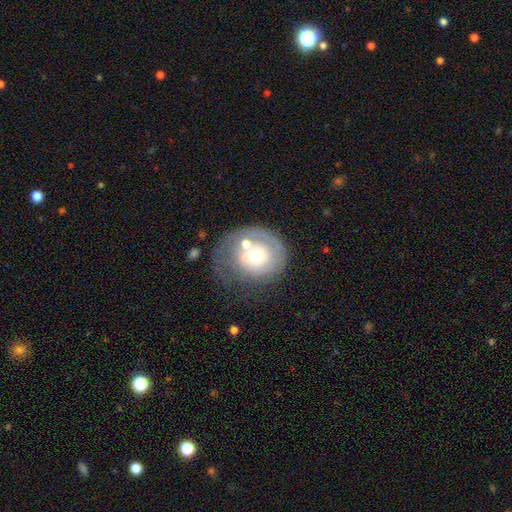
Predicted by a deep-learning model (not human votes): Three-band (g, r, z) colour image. It shows a featured or disk galaxy (51%). Merging: none (37%).